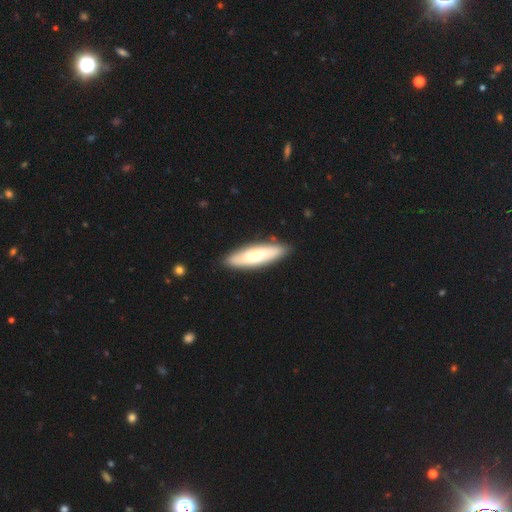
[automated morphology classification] smooth-or-featured: smooth: 63% | featured or disk: 32% | star or artifact: 5%
  how-rounded: cigar-shaped: 62% | in between: 36% | round: 2%
  merging: none: 88% | minor disturbance: 9% | major disturbance: 2% | merger: 2%